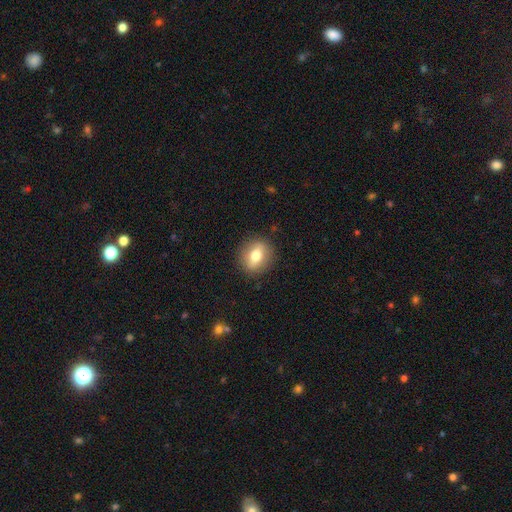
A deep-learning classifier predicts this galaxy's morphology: Overall: smooth (65%; featured or disk 27%). How rounded: round (62%; in between 35%). Merging: none (88%).